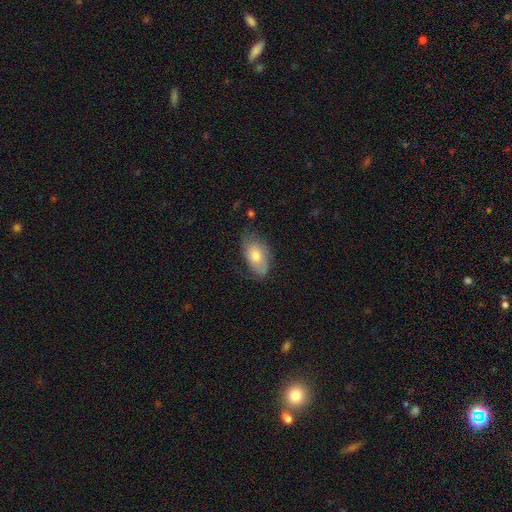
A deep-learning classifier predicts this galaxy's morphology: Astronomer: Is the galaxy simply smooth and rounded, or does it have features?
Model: smooth — 68%.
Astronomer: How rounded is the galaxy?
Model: in between — 93%.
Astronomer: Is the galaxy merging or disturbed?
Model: none — 63%.